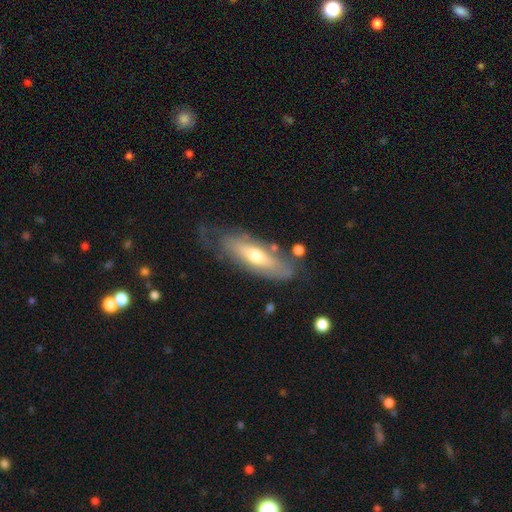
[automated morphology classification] Smooth or featured?
  - featured or disk: 52% *
  - smooth: 41%
  - star or artifact: 6%
Edge-on disk?
  - no: 57% *
  - yes: 43%
Merging?
  - none: 57% *
  - minor disturbance: 26%
  - major disturbance: 14%
  - merger: 4%